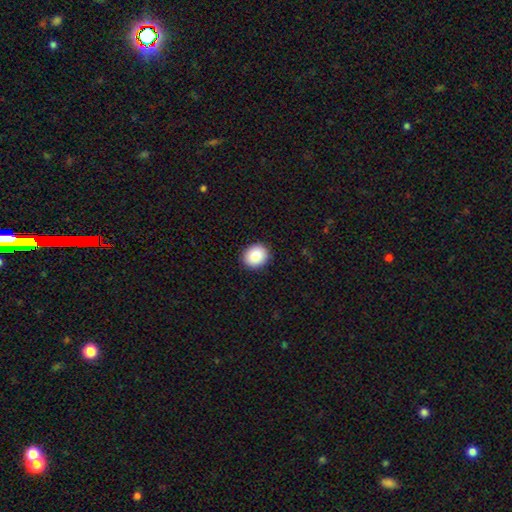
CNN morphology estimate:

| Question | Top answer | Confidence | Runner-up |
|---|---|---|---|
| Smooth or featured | smooth | 87% | star or artifact (8%) |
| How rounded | round | 72% | in between (27%) |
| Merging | none | 91% | minor disturbance (7%) |